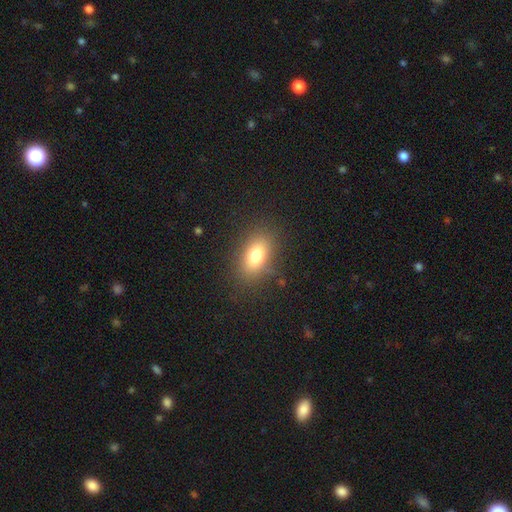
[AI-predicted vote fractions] Smooth or featured: smooth — 77% (featured or disk — 12%)
How rounded: in between — 83% (round — 13%)
Merging: none — 83% (minor disturbance — 11%)